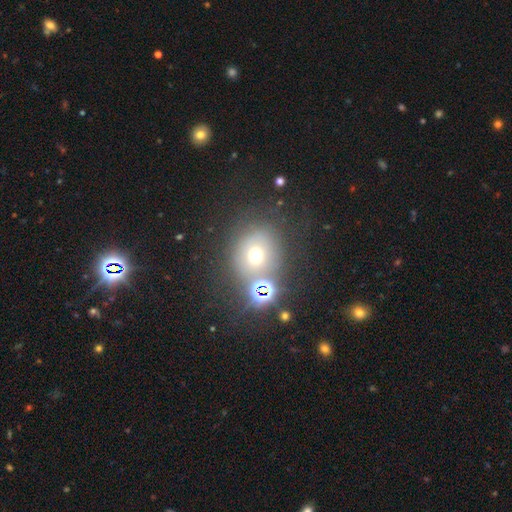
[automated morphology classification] Overall: smooth (59%; star or artifact 27%). How rounded: round (81%). Merging: none (67%).